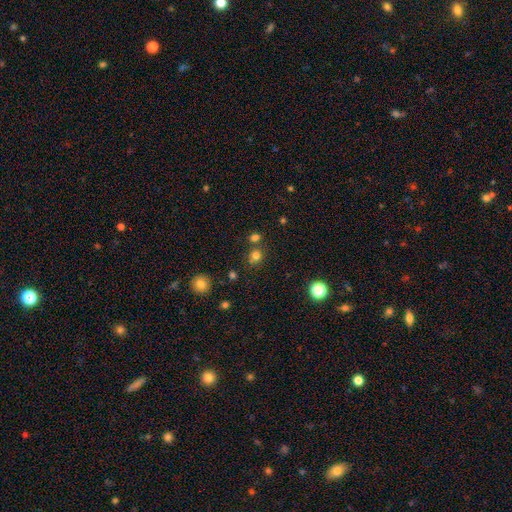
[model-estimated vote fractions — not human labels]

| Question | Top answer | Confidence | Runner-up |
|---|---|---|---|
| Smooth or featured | smooth | 74% | star or artifact (19%) |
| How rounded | round | 87% | in between (12%) |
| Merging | none | 70% | merger (18%) |